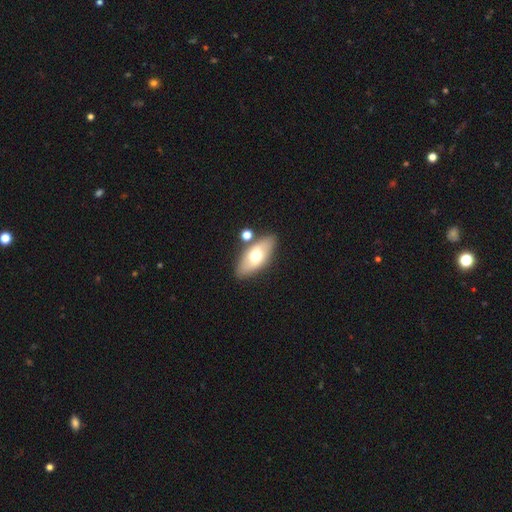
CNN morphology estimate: A smooth galaxy with no disk features (59%) that is in between round and cigar-shaped (85%). Merging: none (78%).